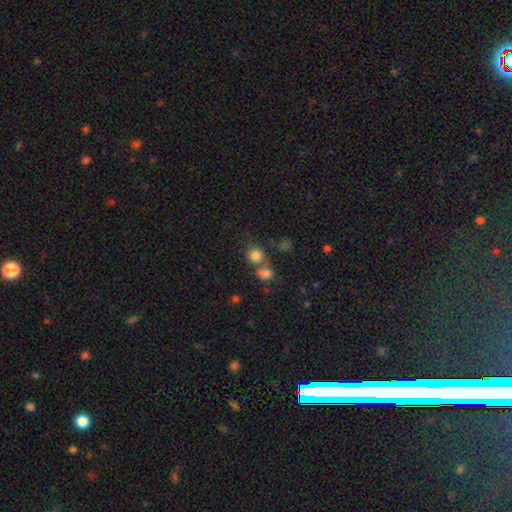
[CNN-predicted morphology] A smooth galaxy with no disk features (79%) that is round (85%). Merging: none (50%).